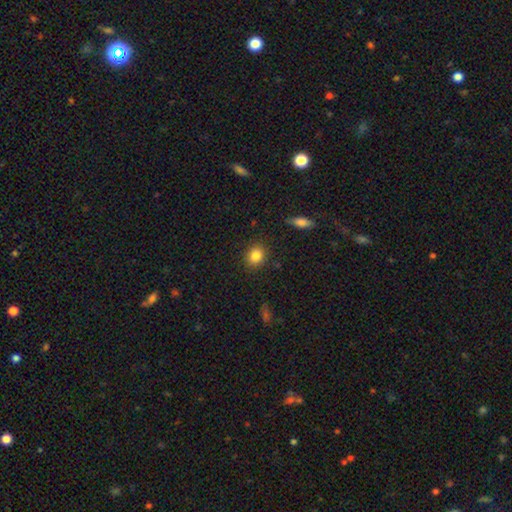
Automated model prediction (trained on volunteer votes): Overall: smooth (84%). How rounded: round (66%; in between 33%). Merging: none (89%).